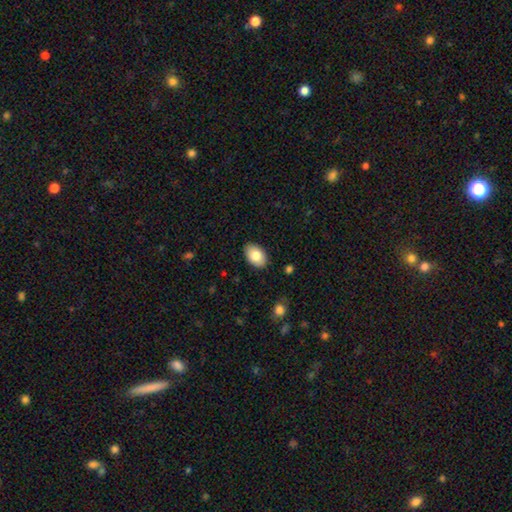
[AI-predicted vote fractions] Smooth or featured: smooth — 83% (featured or disk — 10%)
How rounded: in between — 91% (round — 8%)
Merging: none — 87% (minor disturbance — 10%)